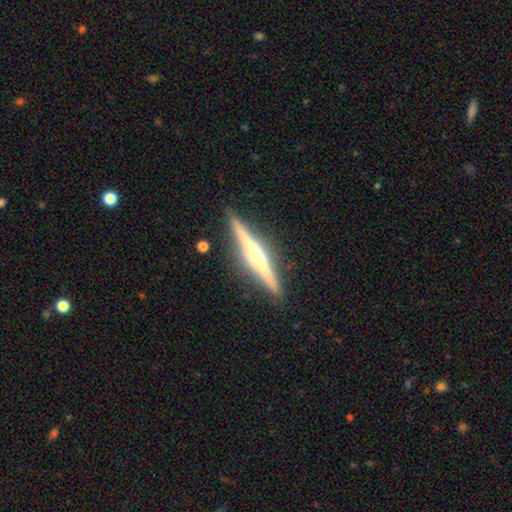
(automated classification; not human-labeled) Smooth or featured: featured or disk — 80% (smooth — 15%)
Edge-on disk: yes — 98% (no — 2%)
Edge-on bulge: rounded — 92% (none — 4%)
Merging: none — 90% (minor disturbance — 7%)